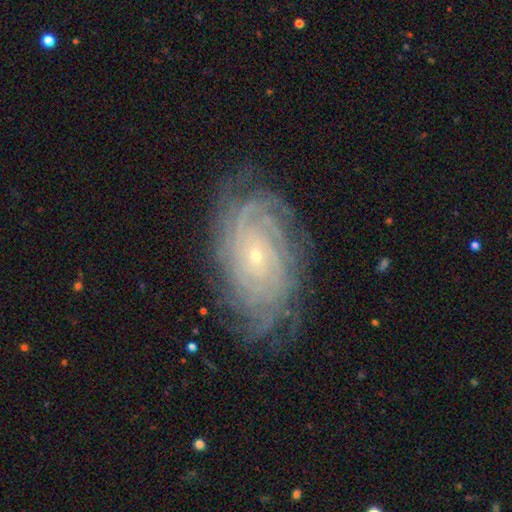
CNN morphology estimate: The model was most divided on "spiral arm count": more than 4: 32%, can't tell: 26%, 4: 18%, 3: 9%, 2: 8%, 1: 7%. More confident: spiral arms — yes (97%); edge-on disk — no (95%); smooth or featured — featured or disk (86%); bulge size — small (85%); spiral winding — tight (82%); merging — none (79%); bar — no (77%).